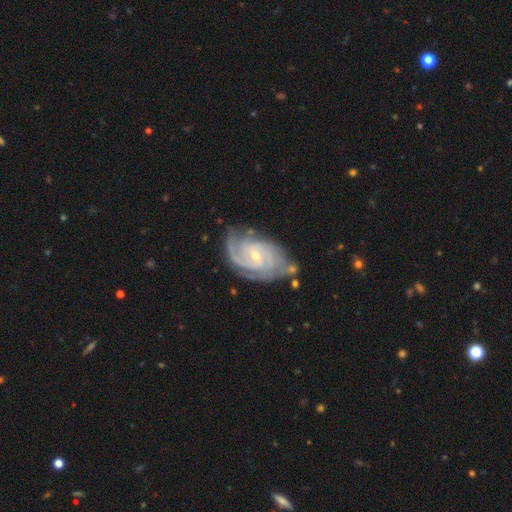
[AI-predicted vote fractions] Overall: featured or disk (91%). Edge-on disk: no (97%). Bar: no (56%; weak 34%). Spiral arms: yes (98%). Spiral arm count: 3 (32%, tied with 2). Spiral winding: tight (67%; medium 28%). Bulge size: small (69%). Merging: none (67%).